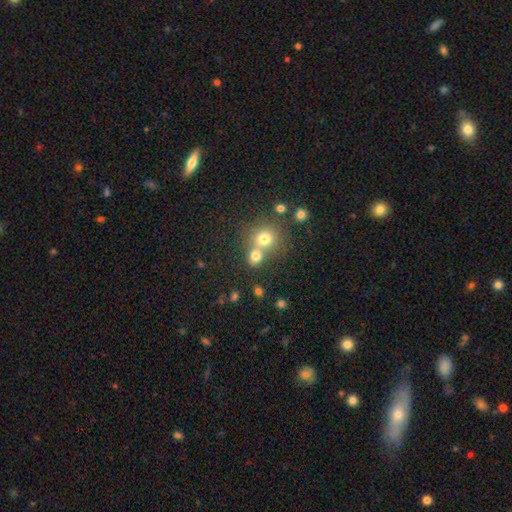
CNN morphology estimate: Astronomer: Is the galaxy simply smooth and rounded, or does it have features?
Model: smooth — 74%.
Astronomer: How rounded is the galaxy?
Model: round — 72%.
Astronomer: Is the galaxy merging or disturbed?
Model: merger — 48% (runner-up: none, 42%).